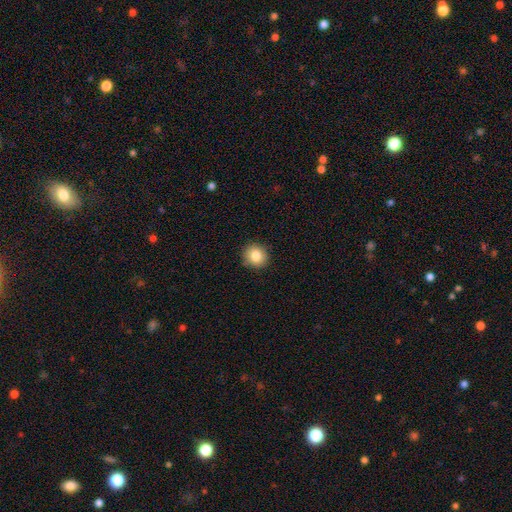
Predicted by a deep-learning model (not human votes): Q: Smooth or featured?
A: smooth (84%); runner-up: star or artifact (9%)
Q: How rounded?
A: round (87%); runner-up: in between (12%)
Q: Merging?
A: none (89%); runner-up: minor disturbance (8%)